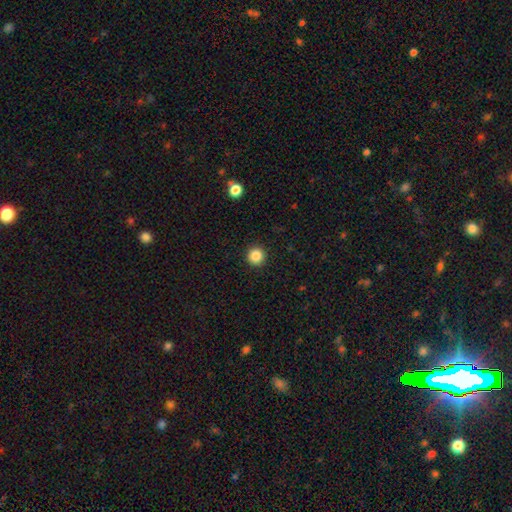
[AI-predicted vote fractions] Q: Smooth or featured?
A: smooth (85%); runner-up: star or artifact (11%)
Q: How rounded?
A: round (95%); runner-up: in between (4%)
Q: Merging?
A: none (93%); runner-up: minor disturbance (4%)